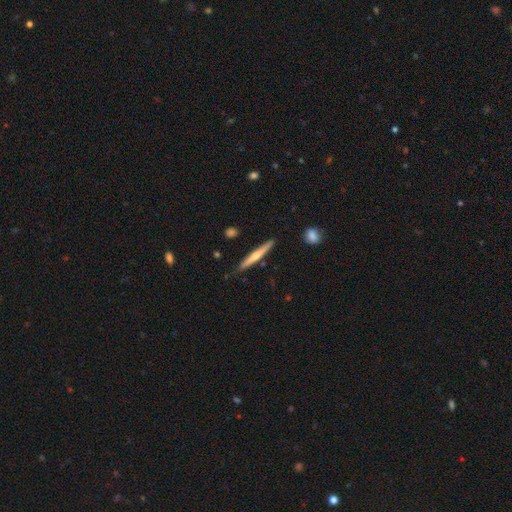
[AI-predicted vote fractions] Morphology: type=featured or disk (49%); merging=none (87%).